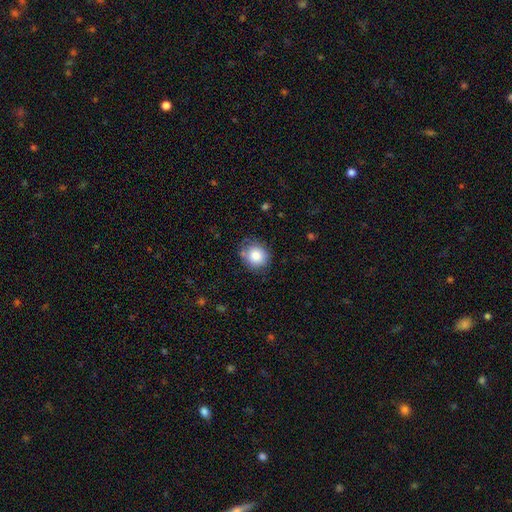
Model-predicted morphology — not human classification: type=smooth (83%); roundness=round (79%); merging=none (76%).